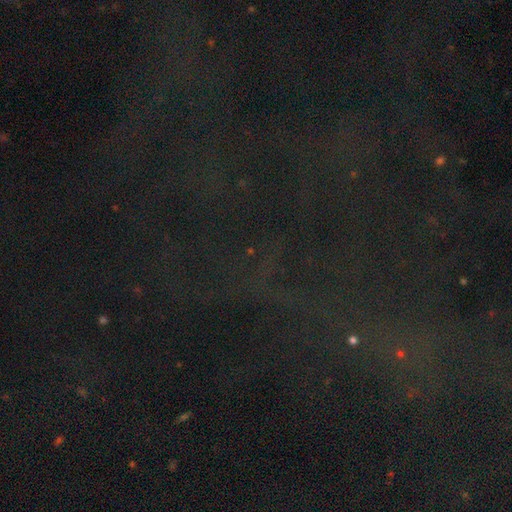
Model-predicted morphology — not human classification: Q: Smooth or featured?
A: star or artifact (79%); runner-up: smooth (12%)